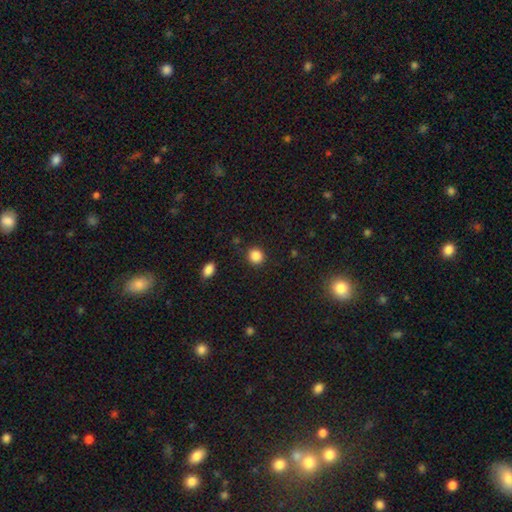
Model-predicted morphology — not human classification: Smooth or featured? smooth (86%)
How rounded? round (90%)
Merging? none (90%)